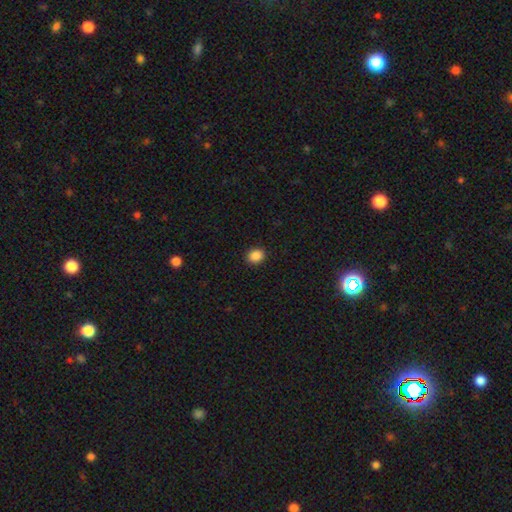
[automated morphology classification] type=smooth (87%); roundness=round (63%); merging=none (91%).